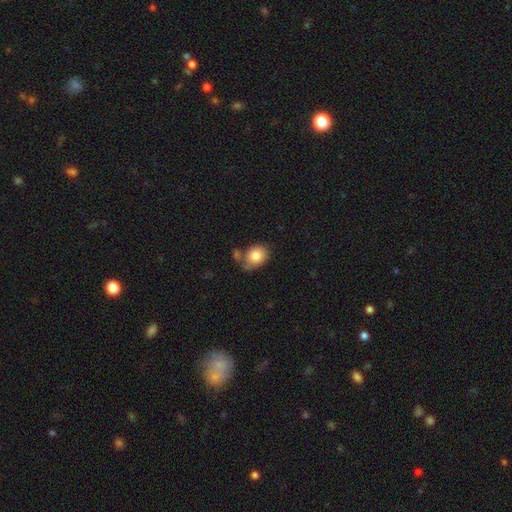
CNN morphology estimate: Smooth or featured? Predicted: smooth (p=0.81). How rounded? Predicted: in between (p=0.52). Merging? Predicted: none (p=0.53).